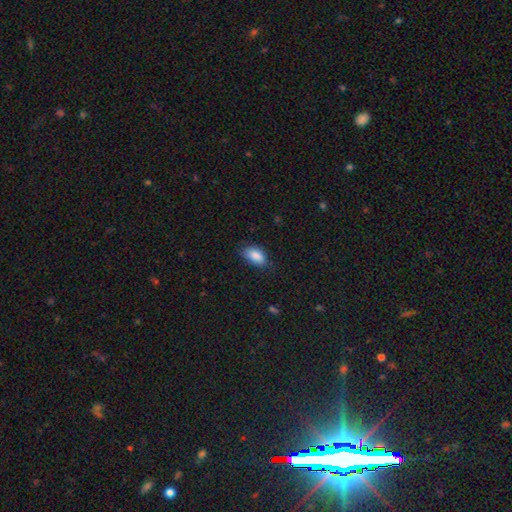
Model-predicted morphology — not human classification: A smooth galaxy with no disk features (87%) that is in between round and cigar-shaped (92%). Merging: none (71%).